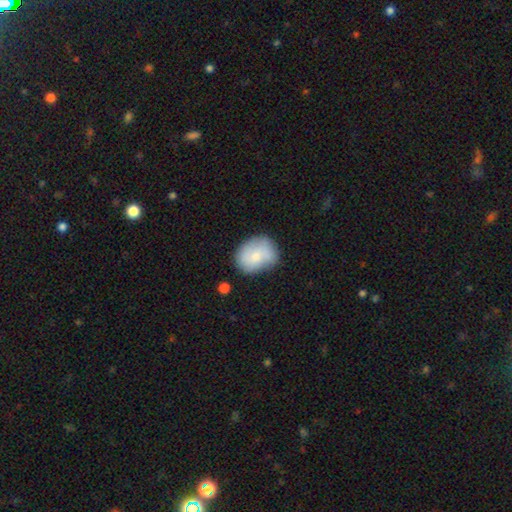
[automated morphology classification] Overall: smooth (72%). How rounded: in between (51%; round 48%). Merging: none (59%; minor disturbance 27%).